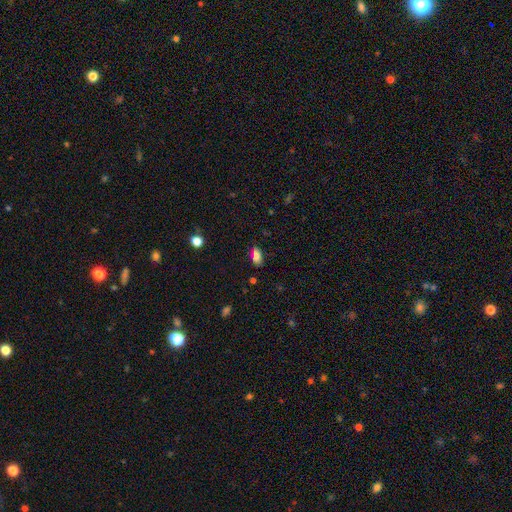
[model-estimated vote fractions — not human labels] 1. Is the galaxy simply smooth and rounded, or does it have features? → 81% smooth, 10% star or artifact, 9% featured or disk.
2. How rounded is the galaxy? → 88% in between, 8% cigar-shaped, 4% round.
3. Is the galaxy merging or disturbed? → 83% none, 12% minor disturbance, 3% major disturbance, 2% merger.